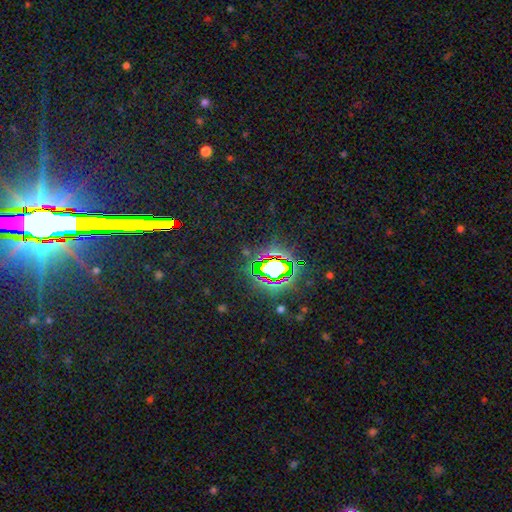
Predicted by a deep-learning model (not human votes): Morphology: type=star or artifact (81%).